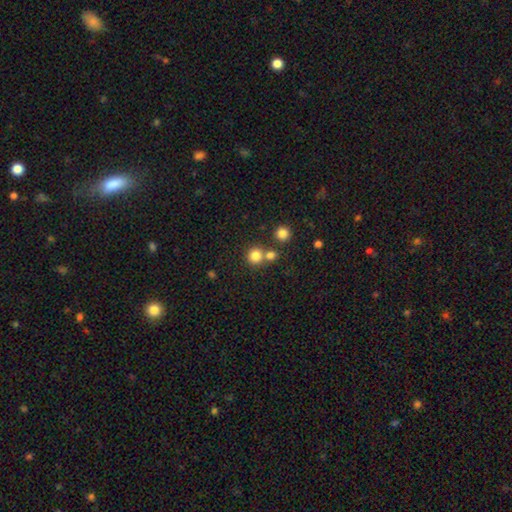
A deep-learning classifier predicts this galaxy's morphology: Smooth or featured? Predicted: smooth (p=0.81). How rounded? Predicted: round (p=0.90). Merging? Predicted: none (p=0.63).